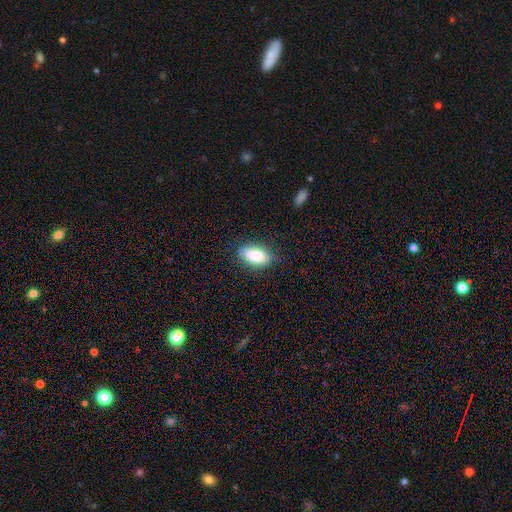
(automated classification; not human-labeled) A smooth galaxy with no disk features (83%) that is in between round and cigar-shaped (90%). Merging: none (80%).